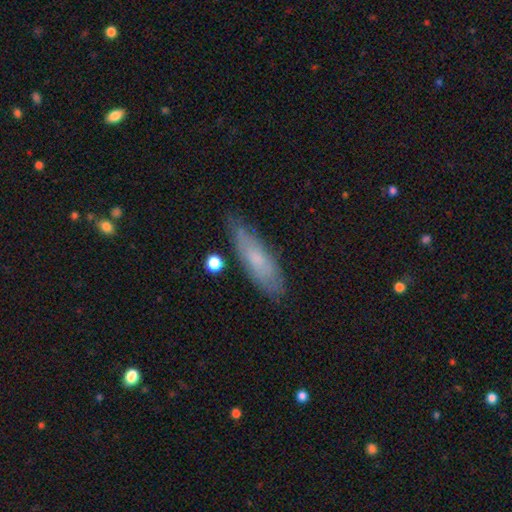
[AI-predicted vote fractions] Morphology: type=smooth (55%); roundness=cigar-shaped (65%); merging=none (81%).